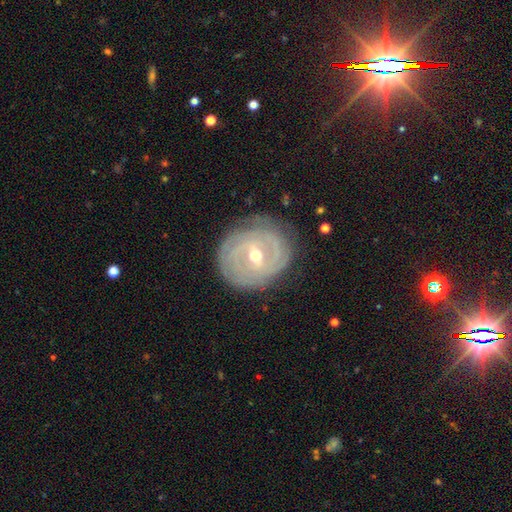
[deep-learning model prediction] Morphology: type=featured or disk (85%); edge-on=no (96%); bar=weak (52%); spiral arms=yes (93%); winding=tight (82%); arm count=can't tell (38%); bulge=moderate (60%); merging=none (77%).